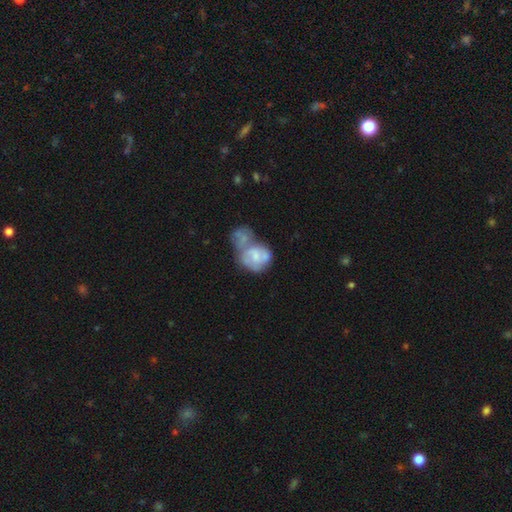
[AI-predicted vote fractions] Smooth or featured? featured or disk (49%)
Merging? merger (59%)